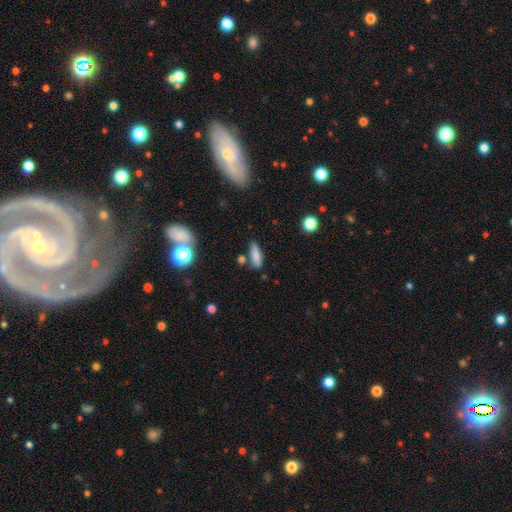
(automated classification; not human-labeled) Smooth or featured?
  - smooth: 79% *
  - featured or disk: 11%
  - star or artifact: 10%
How rounded?
  - in between: 60% *
  - cigar-shaped: 37%
  - round: 4%
Merging?
  - none: 68% *
  - minor disturbance: 19%
  - merger: 8%
  - major disturbance: 5%